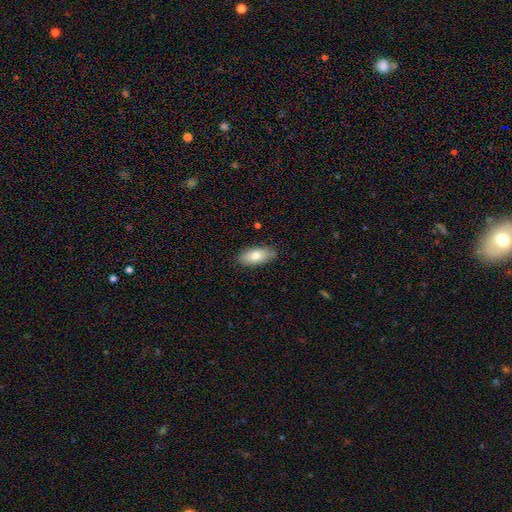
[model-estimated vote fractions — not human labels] Smooth or featured? smooth (78%)
How rounded? in between (90%)
Merging? none (85%)